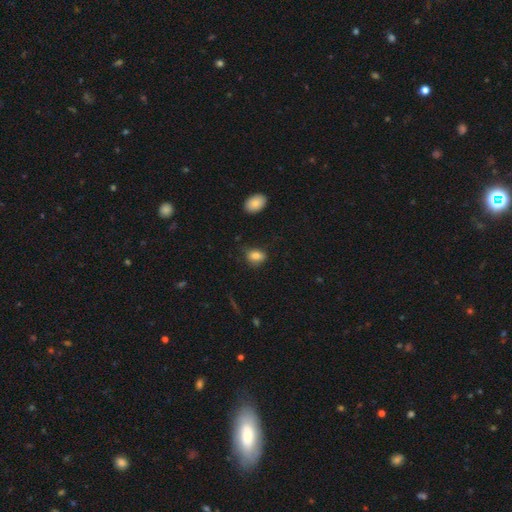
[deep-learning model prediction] Smooth or featured?
  - smooth: 83% *
  - star or artifact: 9%
  - featured or disk: 7%
How rounded?
  - in between: 73% *
  - round: 25%
  - cigar-shaped: 2%
Merging?
  - none: 73% *
  - minor disturbance: 20%
  - major disturbance: 5%
  - merger: 2%